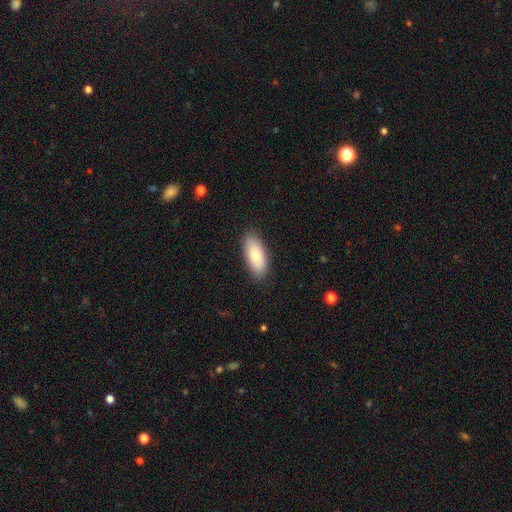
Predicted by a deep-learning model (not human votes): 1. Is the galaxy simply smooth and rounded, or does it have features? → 78% smooth, 16% featured or disk, 6% star or artifact.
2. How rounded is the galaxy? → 87% in between, 10% cigar-shaped, 2% round.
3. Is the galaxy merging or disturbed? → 86% none, 10% minor disturbance, 2% major disturbance, 1% merger.